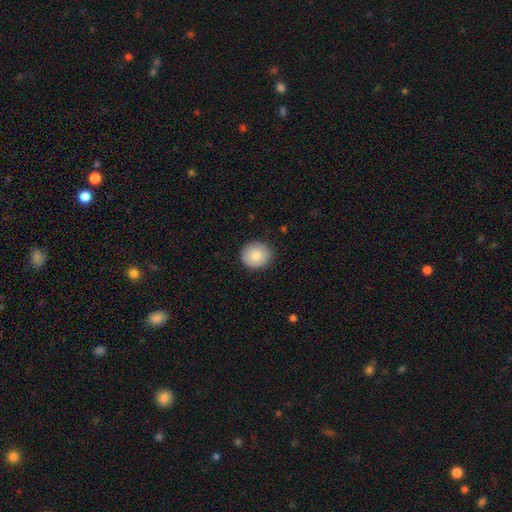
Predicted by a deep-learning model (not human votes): Morphology: type=smooth (85%); roundness=round (87%); merging=none (89%).